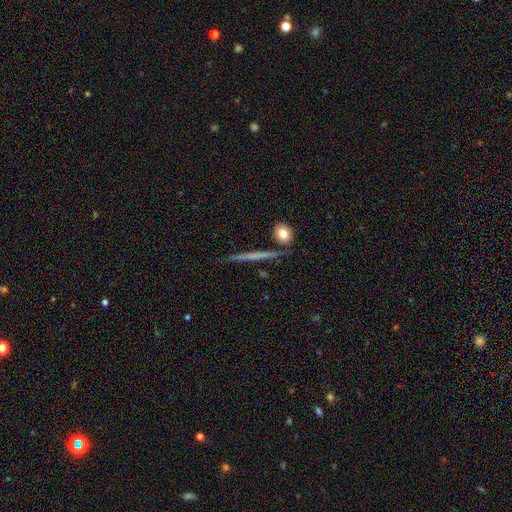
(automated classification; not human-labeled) Morphology: type=featured or disk (48%); merging=none (85%).